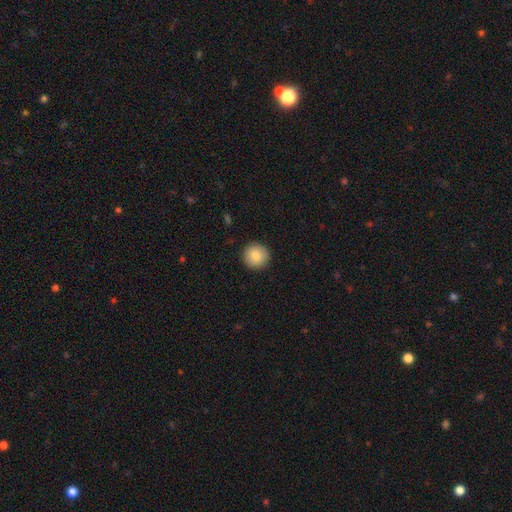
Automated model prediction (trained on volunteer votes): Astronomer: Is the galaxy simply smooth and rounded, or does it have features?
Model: smooth — 84%.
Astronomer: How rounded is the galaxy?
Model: round — 94%.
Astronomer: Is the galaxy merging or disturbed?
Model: none — 92%.